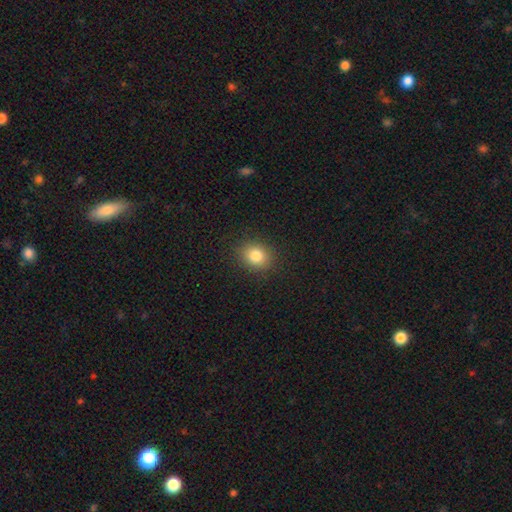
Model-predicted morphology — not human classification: Smooth or featured? Predicted: smooth (p=0.82). How rounded? Predicted: round (p=0.64). Merging? Predicted: none (p=0.89).